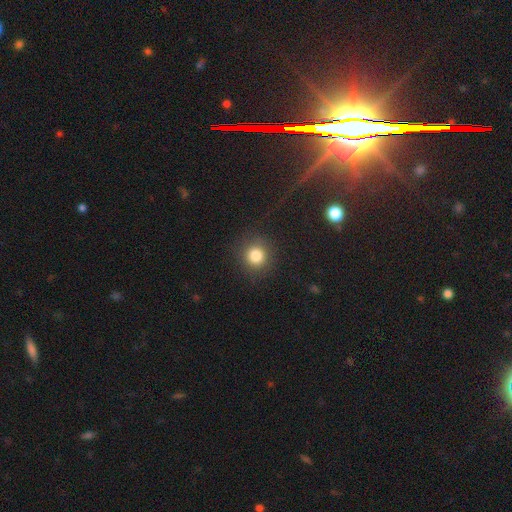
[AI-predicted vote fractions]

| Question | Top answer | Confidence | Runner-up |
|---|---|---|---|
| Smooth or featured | smooth | 82% | star or artifact (12%) |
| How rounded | round | 92% | in between (7%) |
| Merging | none | 87% | minor disturbance (8%) |